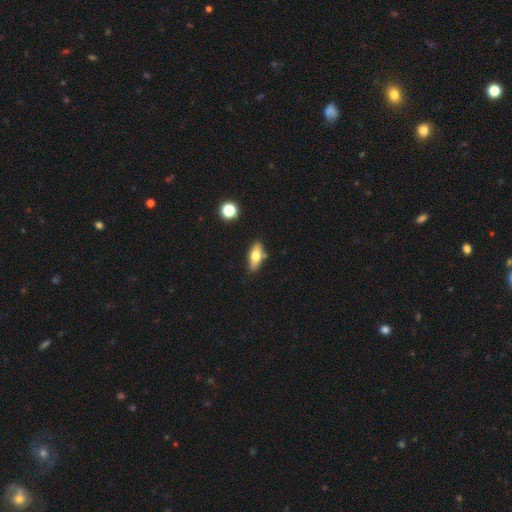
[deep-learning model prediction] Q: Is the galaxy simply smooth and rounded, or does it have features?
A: smooth — 69%.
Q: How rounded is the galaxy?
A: in between — 78%.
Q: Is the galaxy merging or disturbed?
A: none — 78%.